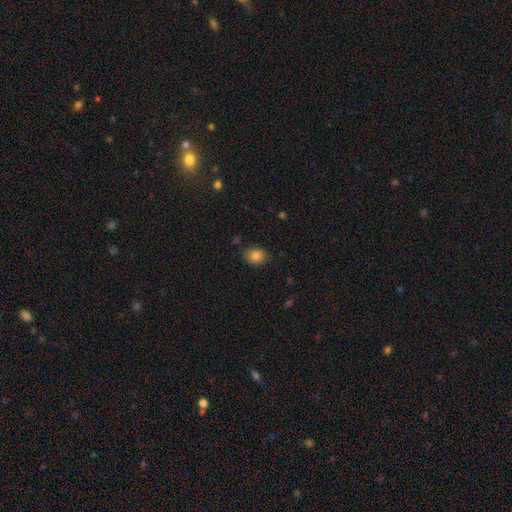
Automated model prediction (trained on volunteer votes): A smooth galaxy with no disk features (84%) that is in between round and cigar-shaped (61%).

Vote fractions:
- Smooth or featured? smooth: 84% / star or artifact: 10% / featured or disk: 6%
- How rounded? in between: 61% / round: 38% / cigar-shaped: 1%
- Merging? none: 83% / minor disturbance: 13% / major disturbance: 3% / merger: 2%